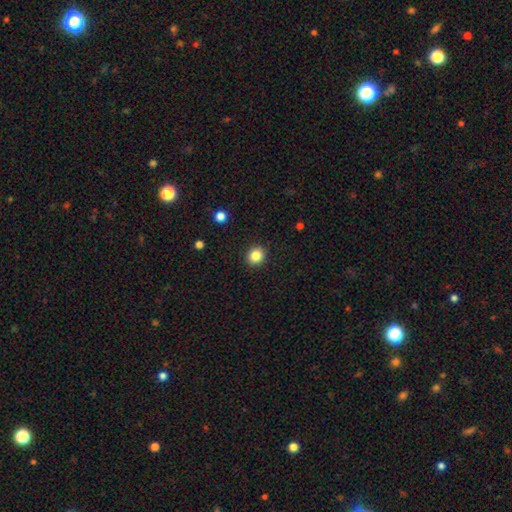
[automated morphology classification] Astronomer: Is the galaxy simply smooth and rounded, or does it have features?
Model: smooth — 84%.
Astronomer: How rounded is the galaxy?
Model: round — 83%.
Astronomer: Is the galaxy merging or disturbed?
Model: none — 92%.